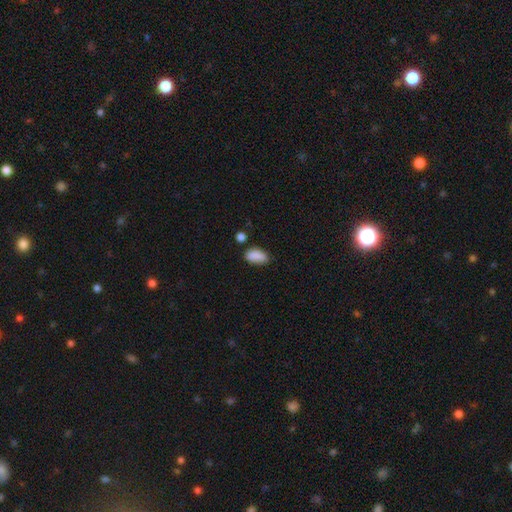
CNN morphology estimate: Smooth or featured? smooth (87%)
How rounded? in between (91%)
Merging? none (66%)